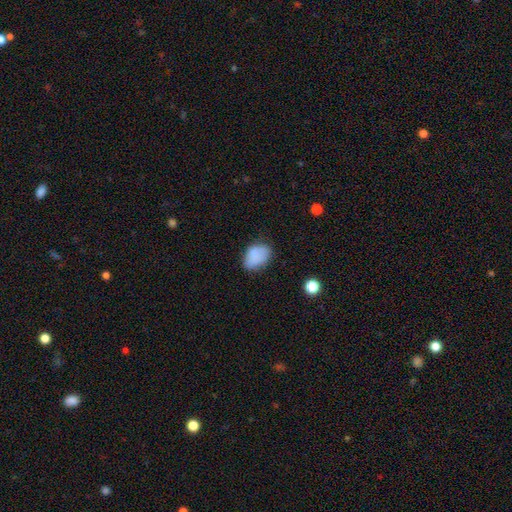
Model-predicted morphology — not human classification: smooth 82%, featured or disk 10%, star or artifact 9%. Down the decision tree: how rounded — in between (84%); merging — none (63%).